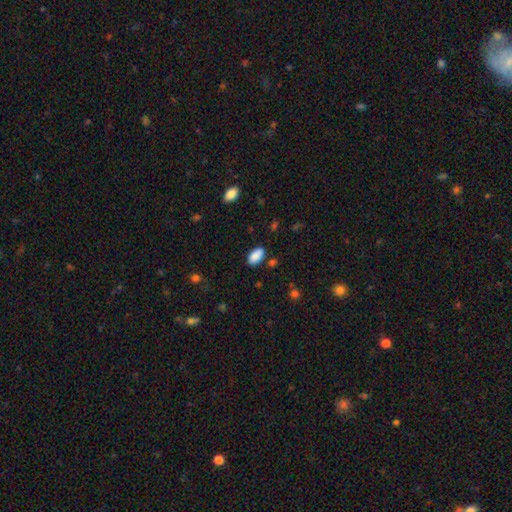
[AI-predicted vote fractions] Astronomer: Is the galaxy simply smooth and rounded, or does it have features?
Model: smooth — 88%.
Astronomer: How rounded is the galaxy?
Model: in between — 94%.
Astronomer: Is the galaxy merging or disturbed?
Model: none — 83%.